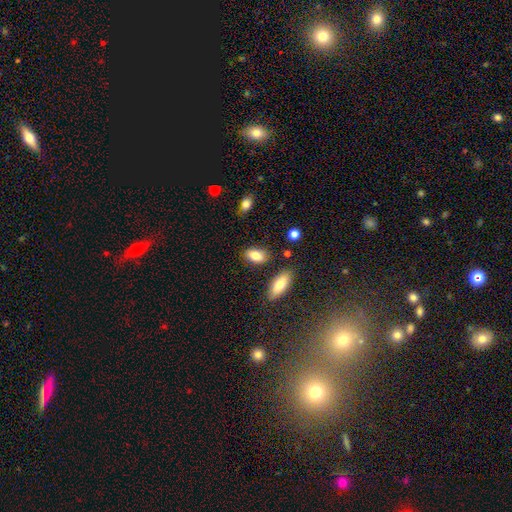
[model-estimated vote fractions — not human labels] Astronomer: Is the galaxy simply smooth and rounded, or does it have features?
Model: smooth — 83%.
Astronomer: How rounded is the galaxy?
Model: in between — 90%.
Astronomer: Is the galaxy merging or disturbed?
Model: none — 82%.